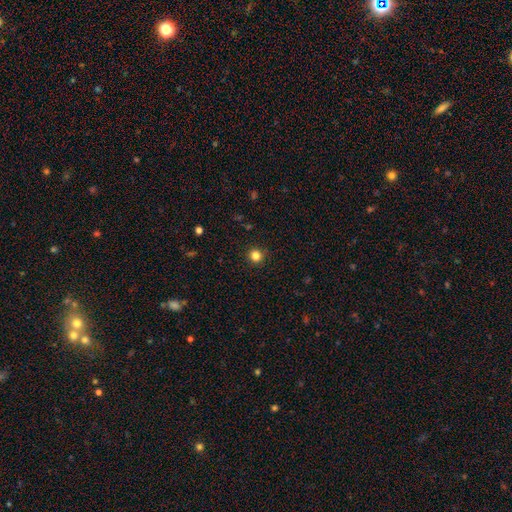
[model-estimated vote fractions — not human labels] Smooth or featured? Predicted: smooth (p=0.83). How rounded? Predicted: round (p=0.94). Merging? Predicted: none (p=0.92).